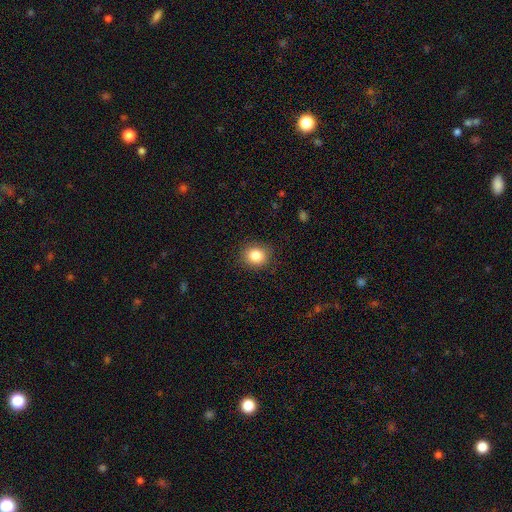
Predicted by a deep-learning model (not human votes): smooth-or-featured: smooth: 84% | star or artifact: 10% | featured or disk: 6%
  how-rounded: round: 76% | in between: 23% | cigar-shaped: 1%
  merging: none: 88% | minor disturbance: 8% | major disturbance: 3% | merger: 1%